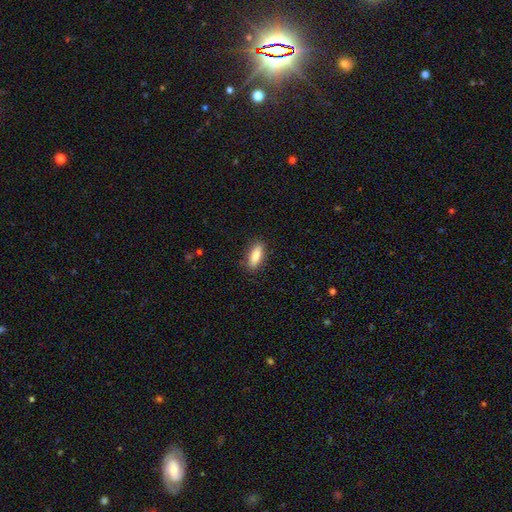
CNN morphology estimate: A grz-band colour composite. It shows a smooth galaxy with no disk features (84%) that is in between round and cigar-shaped (67%). Merging: none (87%).